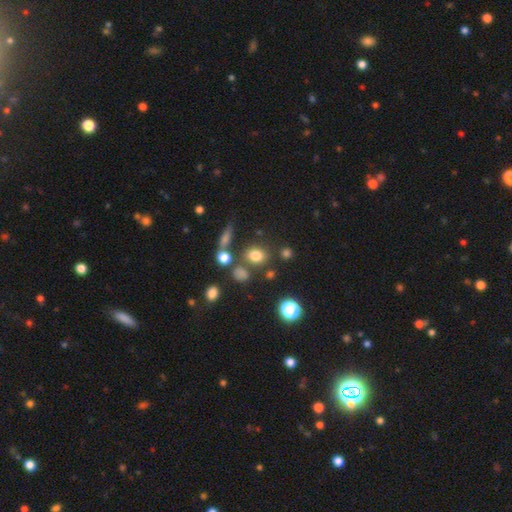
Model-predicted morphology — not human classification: type=smooth (76%); roundness=round (54%); merging=none (69%).